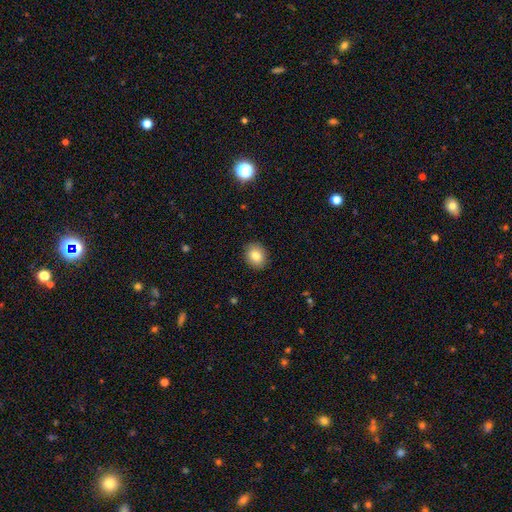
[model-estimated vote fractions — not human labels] This is clearly a smooth galaxy (82%). How rounded: likely round (64%). Merging: clearly none (89%).